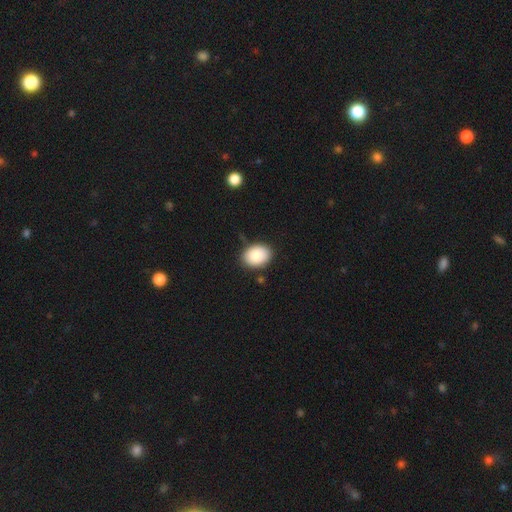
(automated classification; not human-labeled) Smooth or featured: smooth — 81% (featured or disk — 11%)
How rounded: in between — 67% (round — 32%)
Merging: none — 83% (minor disturbance — 12%)